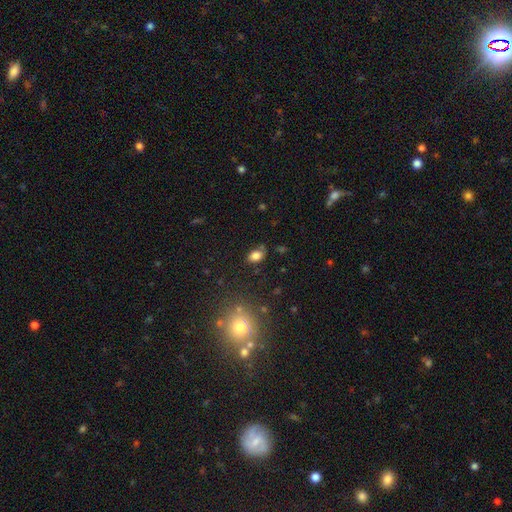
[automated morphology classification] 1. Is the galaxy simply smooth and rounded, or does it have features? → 81% smooth, 11% star or artifact, 8% featured or disk.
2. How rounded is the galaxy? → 86% in between, 12% round, 2% cigar-shaped.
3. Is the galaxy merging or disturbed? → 71% none, 20% minor disturbance, 5% major disturbance, 4% merger.